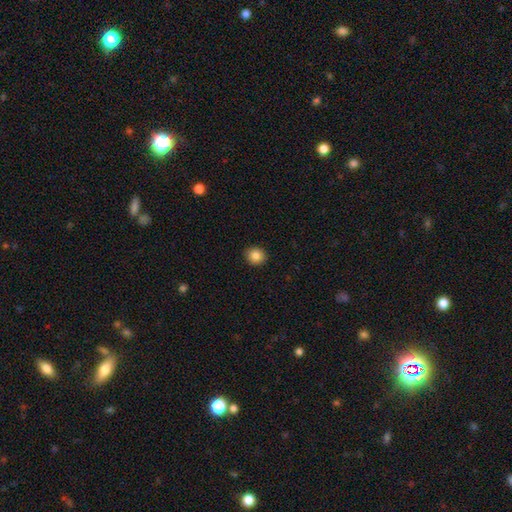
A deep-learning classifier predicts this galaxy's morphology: smooth-or-featured: smooth: 86% | star or artifact: 9% | featured or disk: 5%
  how-rounded: round: 79% | in between: 20% | cigar-shaped: 1%
  merging: none: 91% | minor disturbance: 6% | major disturbance: 2% | merger: 1%